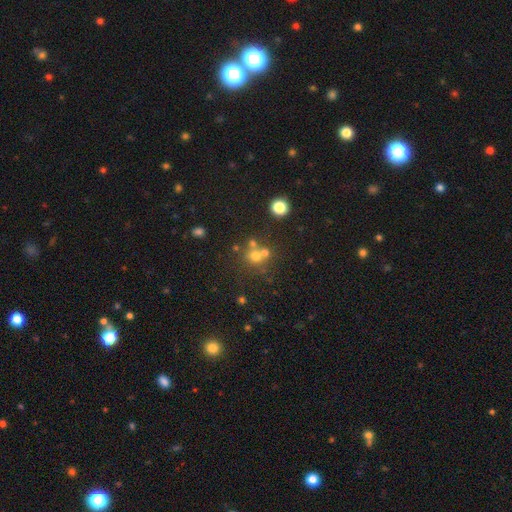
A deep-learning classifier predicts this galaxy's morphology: Smooth or featured? Predicted: smooth (p=0.64). How rounded? Predicted: round (p=0.87). Merging? Predicted: none (p=0.54).